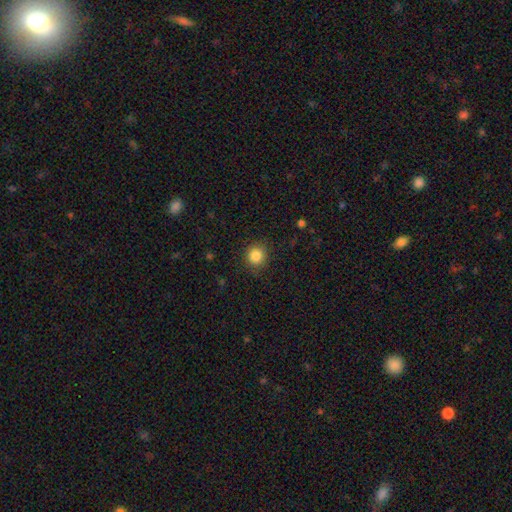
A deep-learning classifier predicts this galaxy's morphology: This is clearly a smooth galaxy (85%). How rounded: clearly round (91%). Merging: clearly none (88%).